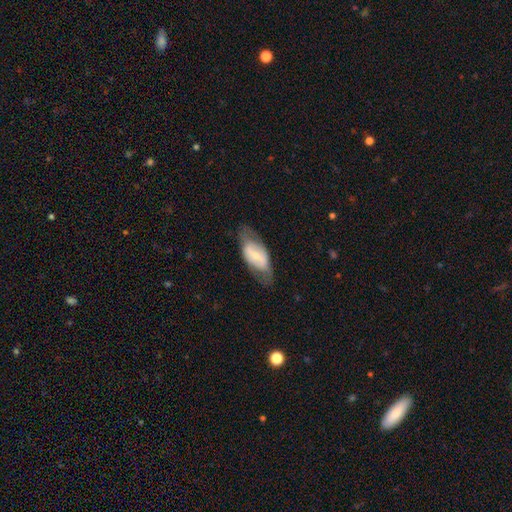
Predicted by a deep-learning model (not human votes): A featured or disk galaxy (54%). Merging: none (64%).